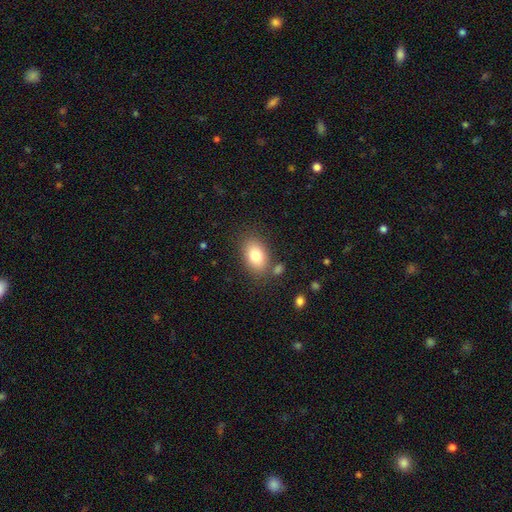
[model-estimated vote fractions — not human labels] Morphology: type=smooth (80%); roundness=in between (85%); merging=none (78%).